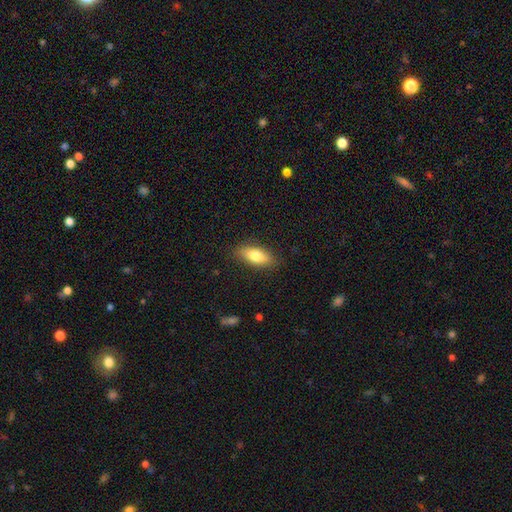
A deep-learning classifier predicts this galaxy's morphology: type=smooth (78%); roundness=in between (78%); merging=none (85%).